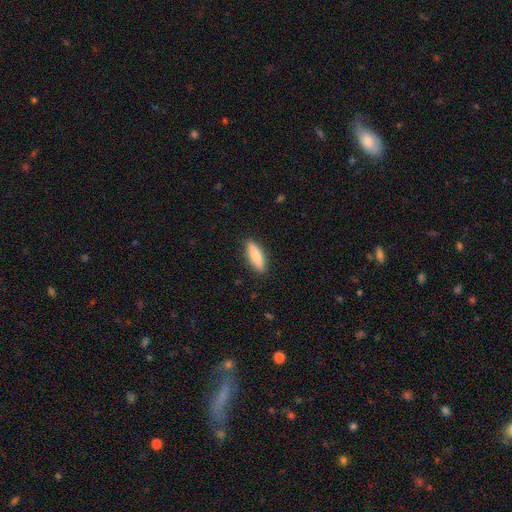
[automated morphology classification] This appears to be a smooth galaxy with no disk features (77%) that is cigar-shaped (61%). Merging: none (89%).